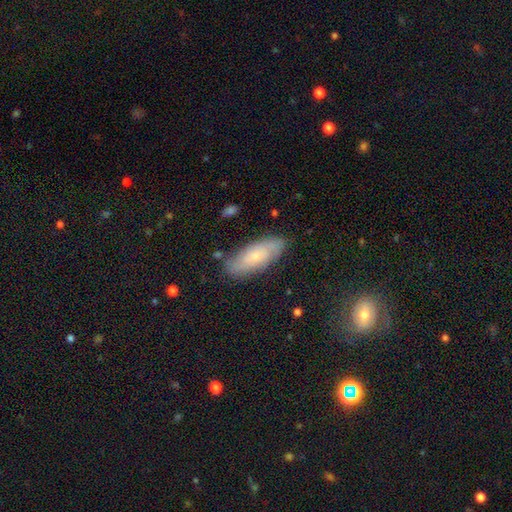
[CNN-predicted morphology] Smooth or featured?
  - smooth: 53% *
  - featured or disk: 39%
  - star or artifact: 8%
How rounded?
  - in between: 71% *
  - cigar-shaped: 26%
  - round: 2%
Merging?
  - none: 80% *
  - minor disturbance: 14%
  - major disturbance: 3%
  - merger: 2%